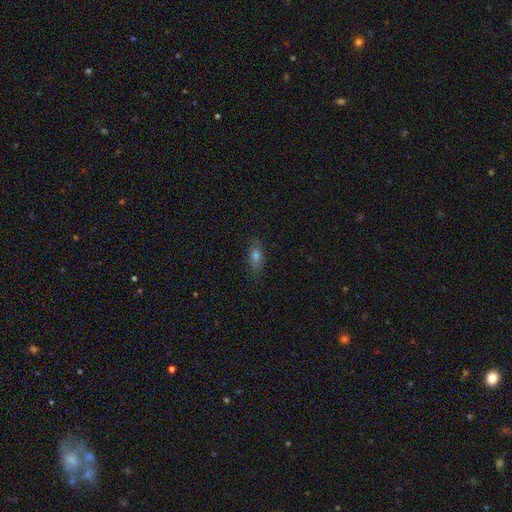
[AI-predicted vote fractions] Smooth or featured: smooth — 69% (featured or disk — 17%)
How rounded: in between — 74% (cigar-shaped — 17%)
Merging: none — 81% (minor disturbance — 15%)